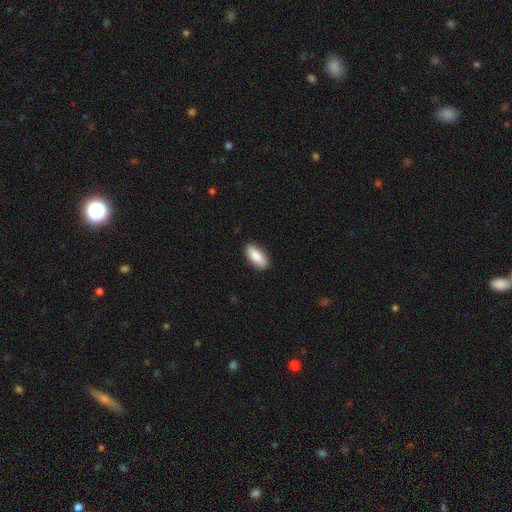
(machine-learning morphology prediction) smooth-or-featured: smooth: 81% | featured or disk: 13% | star or artifact: 6%
  how-rounded: in between: 80% | cigar-shaped: 18% | round: 2%
  merging: none: 88% | minor disturbance: 9% | major disturbance: 2% | merger: 1%